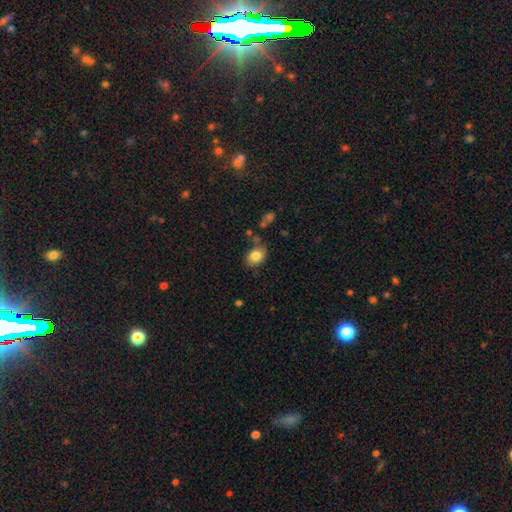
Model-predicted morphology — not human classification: Smooth or featured: smooth — 82% (featured or disk — 9%)
How rounded: in between — 70% (round — 29%)
Merging: none — 71% (minor disturbance — 18%)